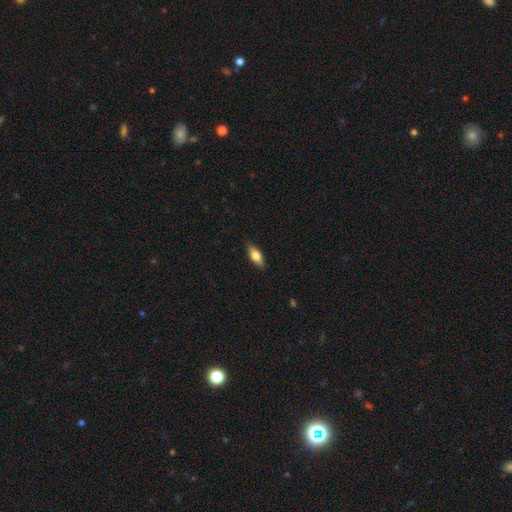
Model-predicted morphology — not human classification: A smooth galaxy with no disk features (66%) that is in between round and cigar-shaped (69%). Merging: none (87%).